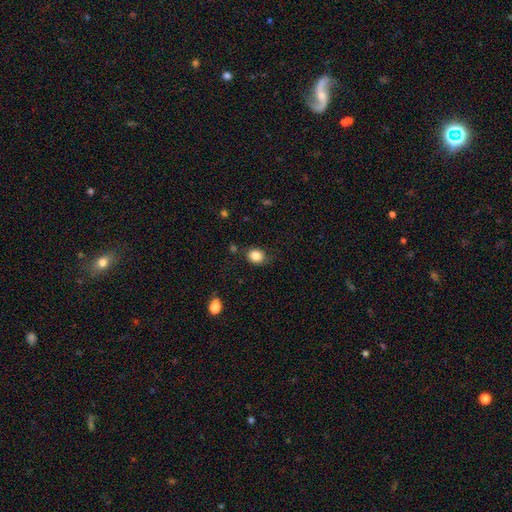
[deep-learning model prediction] Overall: smooth (84%). How rounded: round (61%; in between 38%). Merging: none (74%).